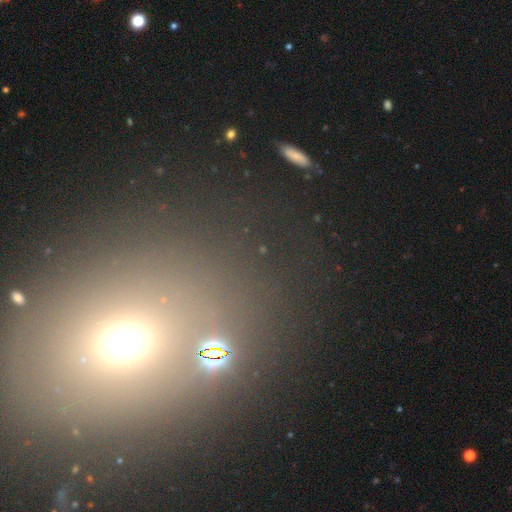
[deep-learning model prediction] Smooth or featured? smooth (45%)
Merging? none (76%)